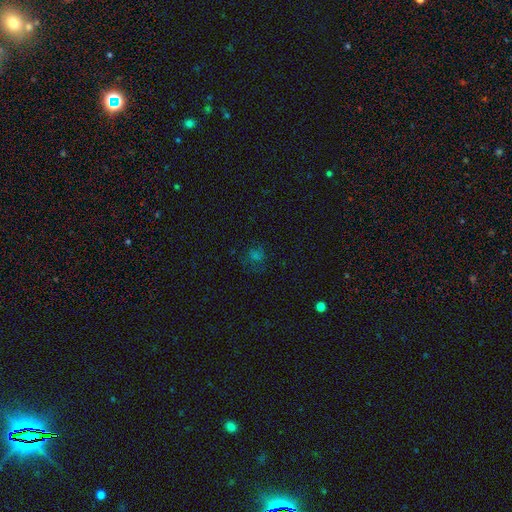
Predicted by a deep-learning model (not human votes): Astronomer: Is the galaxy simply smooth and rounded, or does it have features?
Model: smooth — 46% (runner-up: star or artifact, 39%).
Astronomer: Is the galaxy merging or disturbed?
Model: none — 67%.